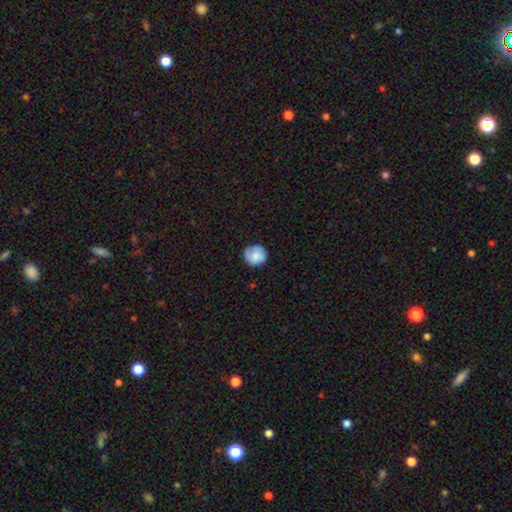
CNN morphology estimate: Smooth or featured? smooth (79%)
How rounded? round (89%)
Merging? none (77%)